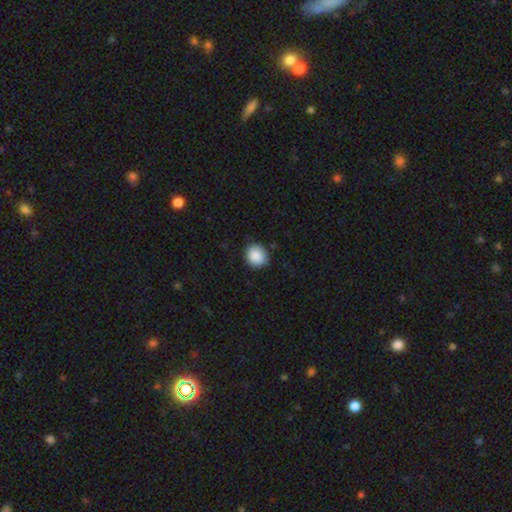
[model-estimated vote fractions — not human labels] Smooth or featured: smooth — 89% (star or artifact — 8%)
How rounded: round — 84% (in between — 15%)
Merging: none — 85% (minor disturbance — 12%)